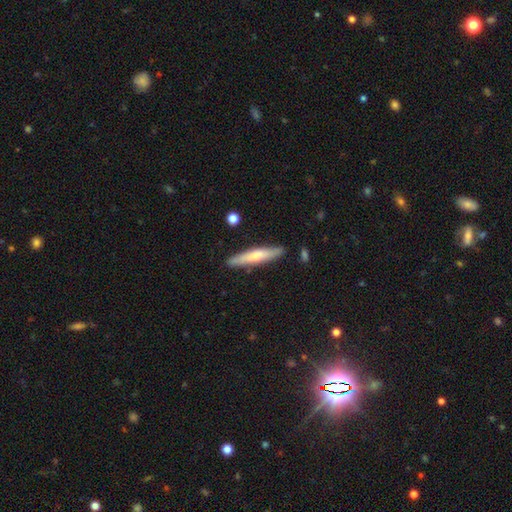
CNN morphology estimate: A smooth galaxy with no disk features (60%) that is cigar-shaped (90%). Merging: none (87%).